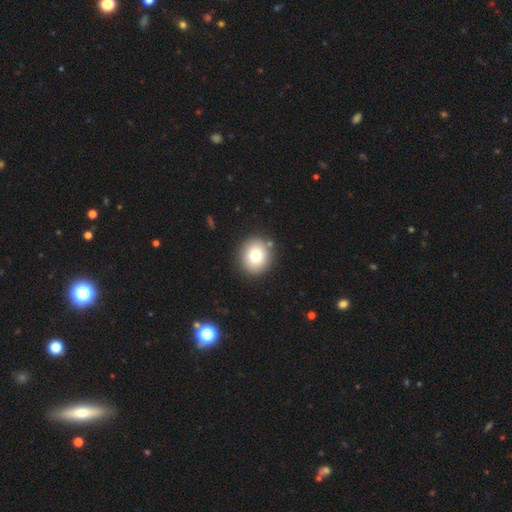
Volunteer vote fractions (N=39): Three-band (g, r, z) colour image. It shows a smooth galaxy with no disk features (72%) that is round (93%). Merging: none (80%).